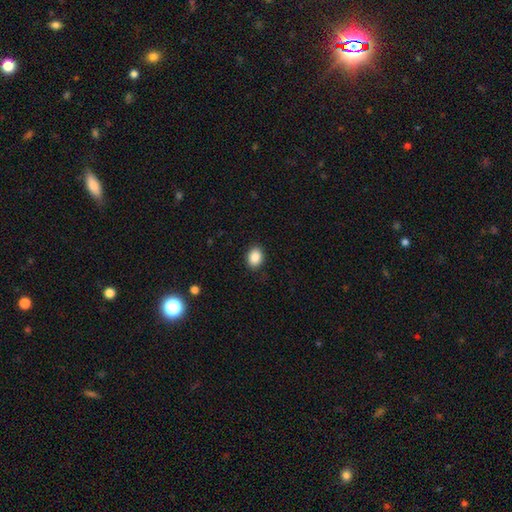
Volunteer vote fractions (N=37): Smooth or featured? 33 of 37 (89%) said smooth. How rounded? 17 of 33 (52%) said in between. Merging? 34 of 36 (94%) said none.